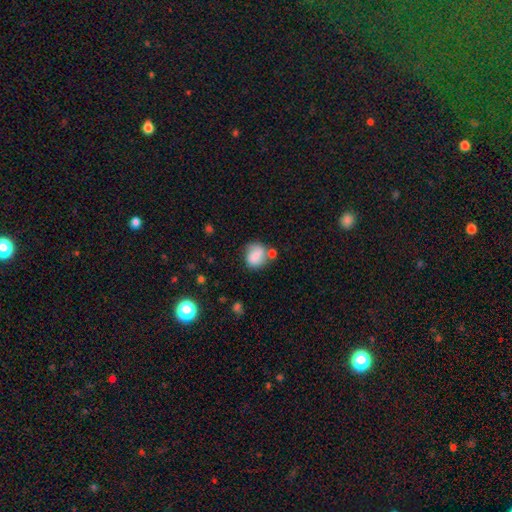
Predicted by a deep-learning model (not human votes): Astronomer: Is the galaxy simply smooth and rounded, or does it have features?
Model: smooth — 65%.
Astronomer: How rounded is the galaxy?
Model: round — 66%.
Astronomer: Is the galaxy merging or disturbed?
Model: none — 54%.